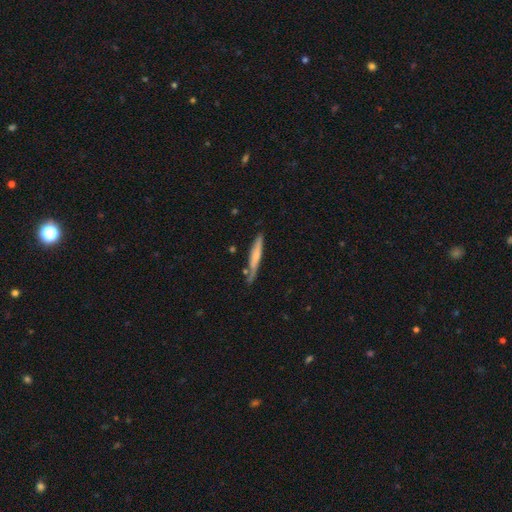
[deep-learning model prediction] Smooth or featured: smooth — 58% (featured or disk — 37%)
How rounded: cigar-shaped — 94% (in between — 5%)
Merging: none — 72% (minor disturbance — 19%)